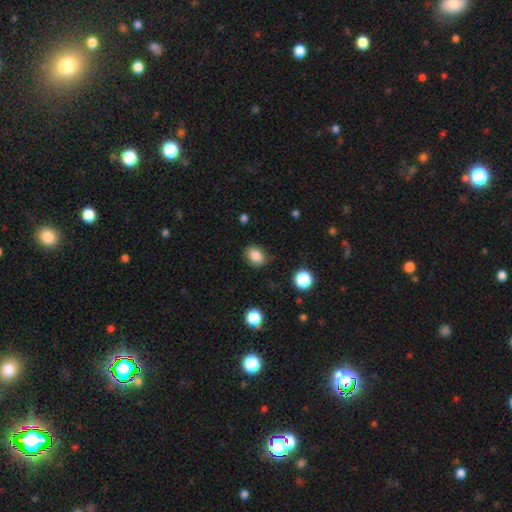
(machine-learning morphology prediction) The model was most divided on "how rounded": in between: 62%, round: 37%, cigar-shaped: 1%. More confident: smooth or featured — smooth (84%); merging — none (79%).